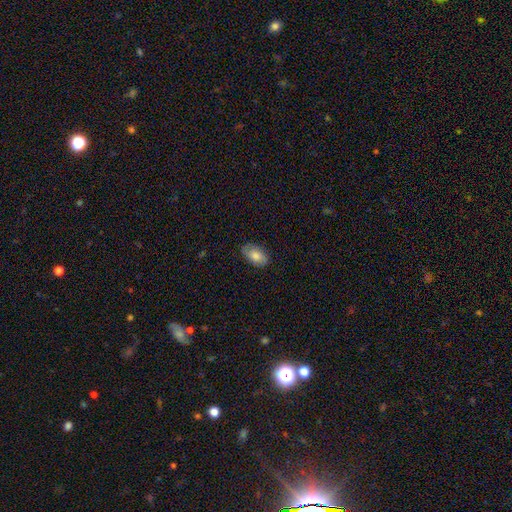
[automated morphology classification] A smooth galaxy with no disk features (73%) that is in between round and cigar-shaped (93%). Merging: none (78%).